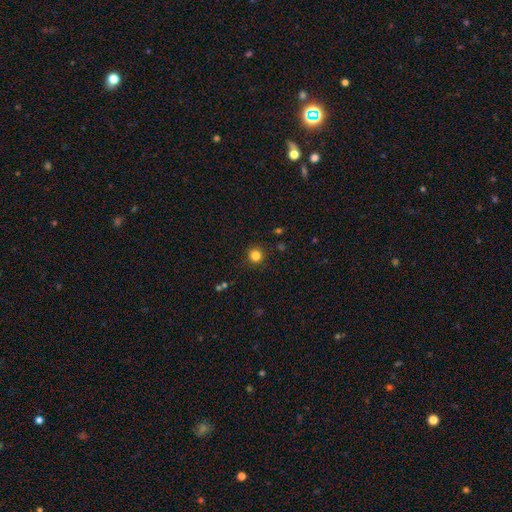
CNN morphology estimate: This is clearly a smooth galaxy (83%). How rounded: clearly round (94%). Merging: clearly none (90%).